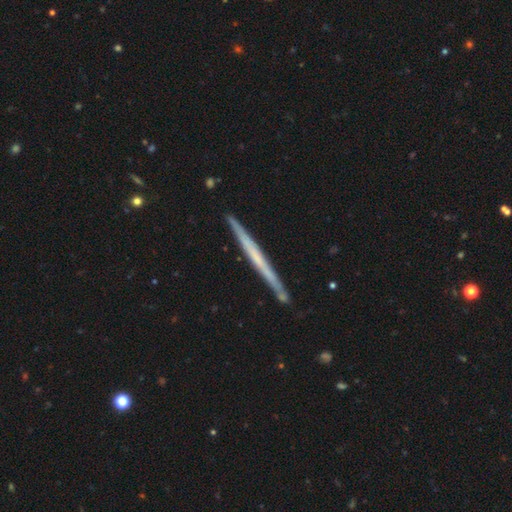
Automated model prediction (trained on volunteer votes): Overall: featured or disk (62%; smooth 33%). Edge-on disk: yes (97%). Edge-on bulge: none (85%). Merging: none (89%).